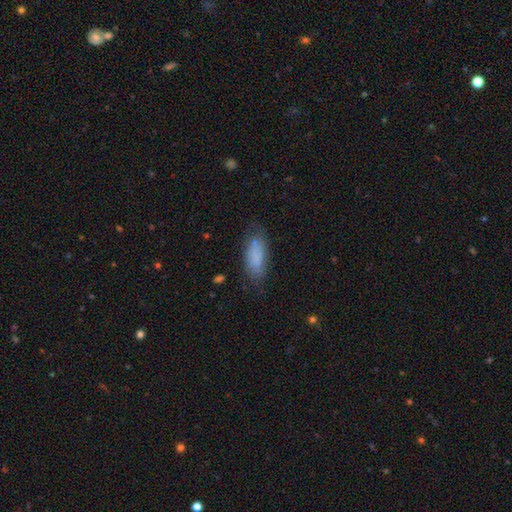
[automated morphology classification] Smooth or featured? Predicted: smooth (p=0.79). How rounded? Predicted: in between (p=0.77). Merging? Predicted: none (p=0.67).